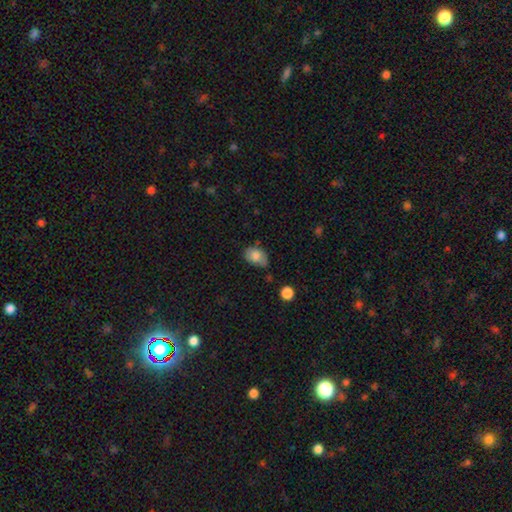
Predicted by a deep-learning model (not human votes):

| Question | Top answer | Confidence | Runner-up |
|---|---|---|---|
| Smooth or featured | smooth | 77% | featured or disk (14%) |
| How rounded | in between | 79% | round (19%) |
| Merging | none | 48% | minor disturbance (38%) |